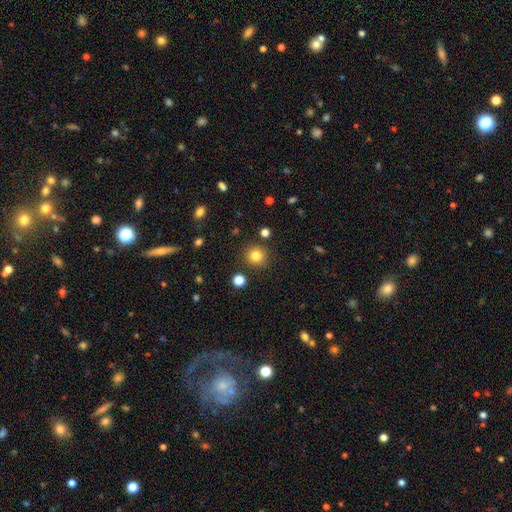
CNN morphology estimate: Q: Smooth or featured?
A: smooth (82%); runner-up: star or artifact (12%)
Q: How rounded?
A: round (93%); runner-up: in between (6%)
Q: Merging?
A: none (88%); runner-up: minor disturbance (7%)